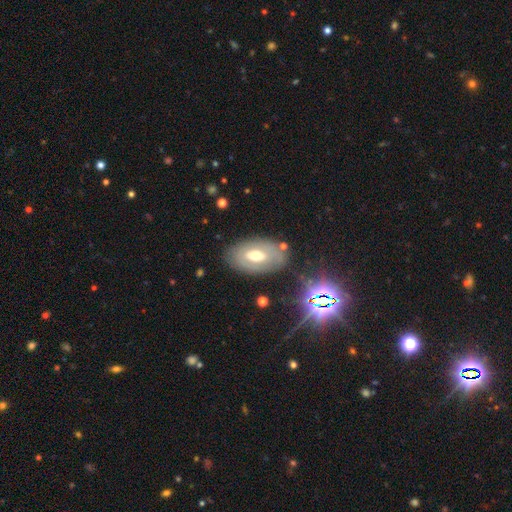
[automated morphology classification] Q: Smooth or featured?
A: featured or disk (53%); runner-up: smooth (37%)
Q: Edge-on disk?
A: no (88%); runner-up: yes (12%)
Q: Merging?
A: none (77%); runner-up: minor disturbance (15%)